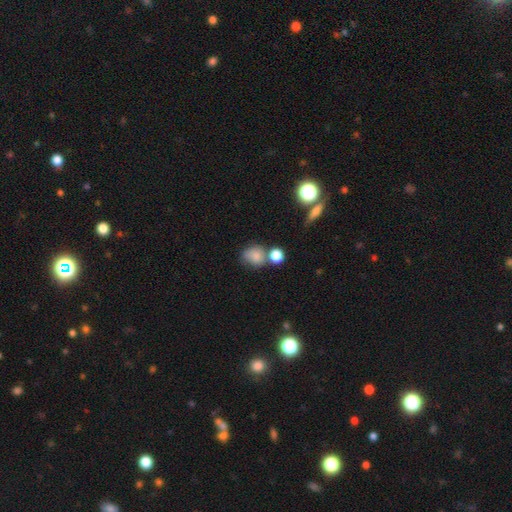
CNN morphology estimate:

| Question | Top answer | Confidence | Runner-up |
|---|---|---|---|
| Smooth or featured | smooth | 78% | star or artifact (12%) |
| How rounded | round | 64% | in between (35%) |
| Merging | none | 46% | merger (26%) |